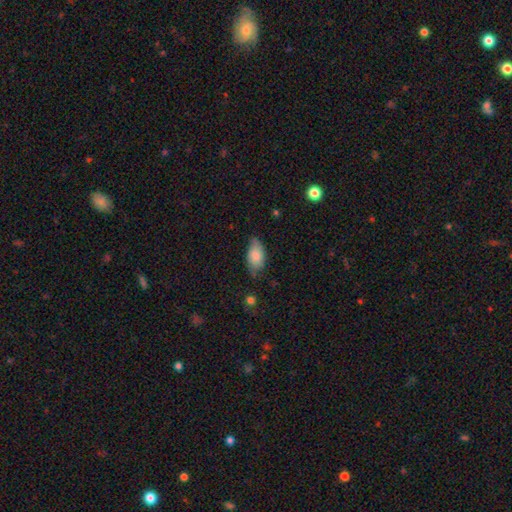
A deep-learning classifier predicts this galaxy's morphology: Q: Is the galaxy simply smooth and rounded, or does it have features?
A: smooth — 79%.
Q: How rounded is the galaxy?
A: in between — 92%.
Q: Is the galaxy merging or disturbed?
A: none — 62%.